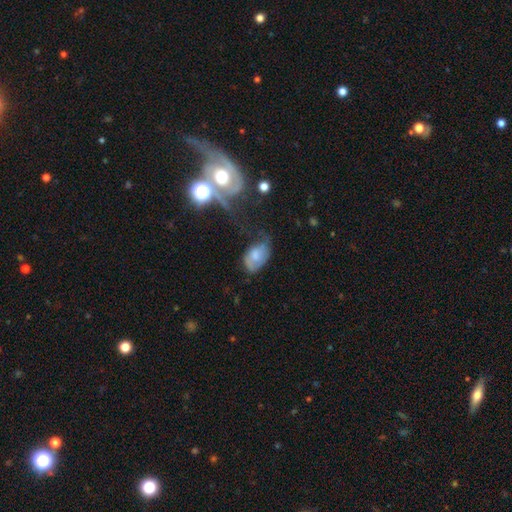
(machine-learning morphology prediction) smooth 61%, featured or disk 30%, star or artifact 9%. Down the decision tree: how rounded — in between (88%); merging — none (39%).